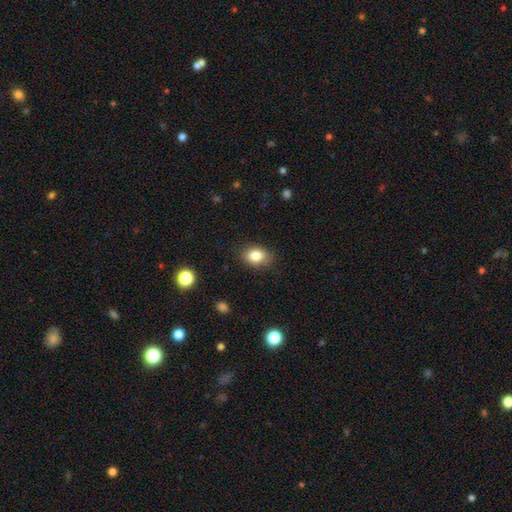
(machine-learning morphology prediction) The model was most divided on "how rounded": in between: 74%, round: 25%, cigar-shaped: 1%. More confident: merging — none (83%); smooth or featured — smooth (83%).